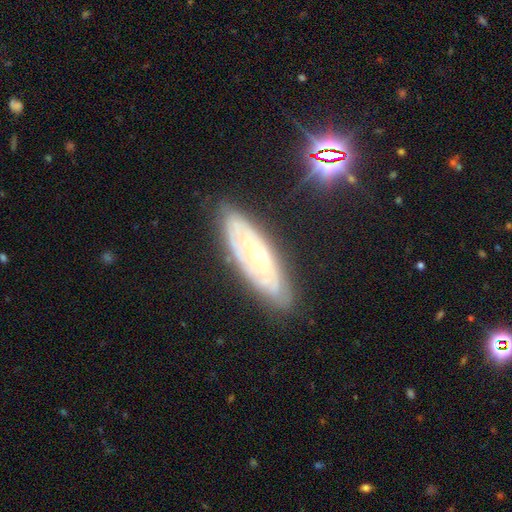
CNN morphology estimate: type=featured or disk (77%); edge-on=no (82%); bar=no (78%); spiral arms=yes (82%); winding=tight (79%); arm count=can't tell (62%); bulge=small (65%); merging=none (79%).